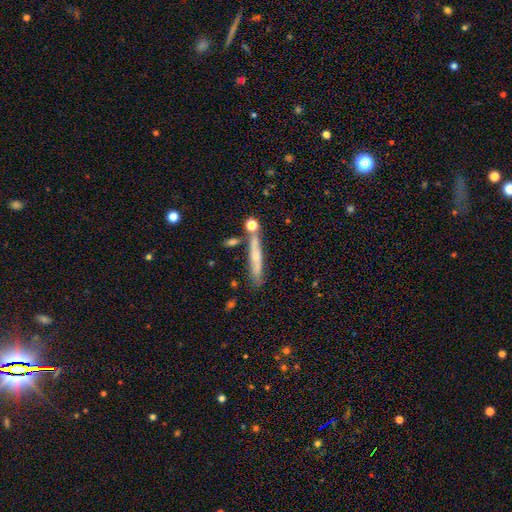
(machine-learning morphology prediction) This appears to be a featured or disk galaxy (52%) viewed edge-on (85%). Merging: none (71%).